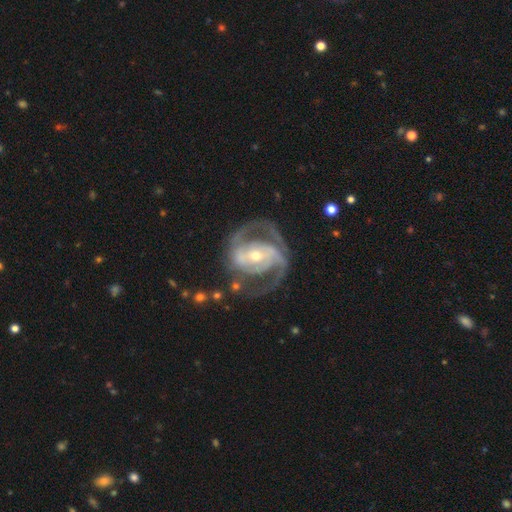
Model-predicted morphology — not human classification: smooth_or_featured: featured or disk (p=0.91) [alt: smooth p=0.05]
disk_edge_on: no (p=0.97) [alt: yes p=0.03]
bar: strong (p=0.36) [alt: weak p=0.34]
has_spiral_arms: yes (p=0.97) [alt: no p=0.03]
spiral_winding: medium (p=0.53) [alt: tight p=0.34]
spiral_arm_count: 2 (p=0.78) [alt: 3 p=0.10]
bulge_size: moderate (p=0.48) [alt: small p=0.47]
merging: none (p=0.69) [alt: minor disturbance p=0.16]